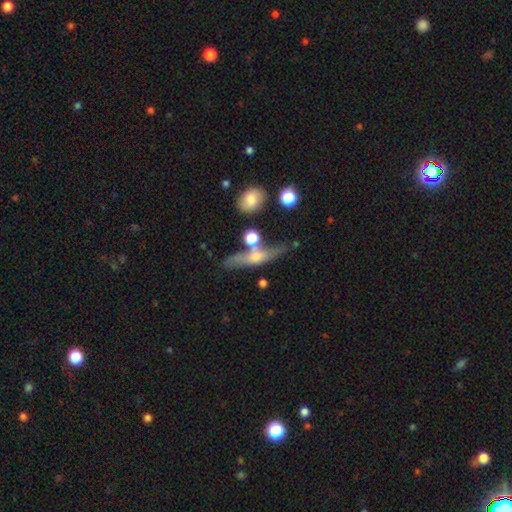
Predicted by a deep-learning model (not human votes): Morphology: type=featured or disk (53%); edge-on=yes (74%); merging=none (47%).